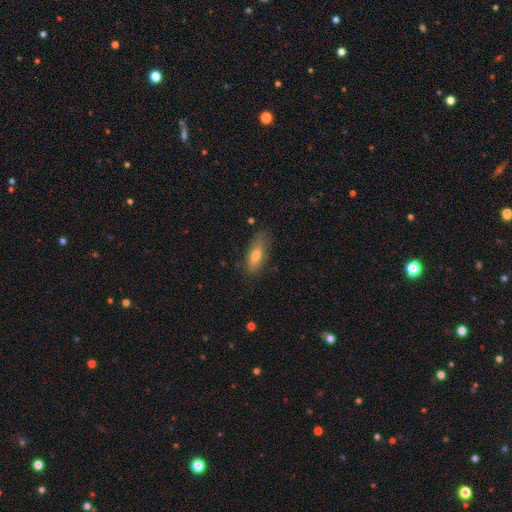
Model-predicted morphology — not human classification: Smooth or featured: smooth — 69% (featured or disk — 24%)
How rounded: in between — 65% (cigar-shaped — 32%)
Merging: none — 70% (minor disturbance — 22%)